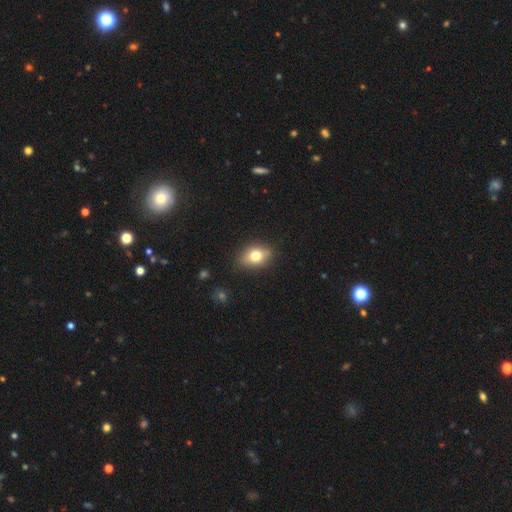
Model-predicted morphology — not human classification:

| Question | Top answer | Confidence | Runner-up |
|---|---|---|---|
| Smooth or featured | smooth | 74% | featured or disk (16%) |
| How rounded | in between | 73% | round (25%) |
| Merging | none | 84% | minor disturbance (12%) |